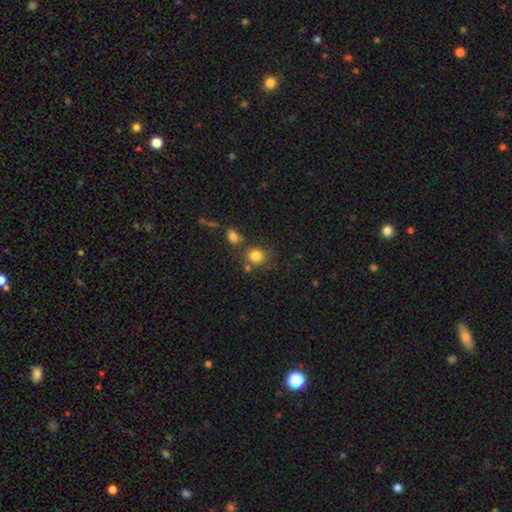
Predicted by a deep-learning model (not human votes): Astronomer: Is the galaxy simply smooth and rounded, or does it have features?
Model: smooth — 82%.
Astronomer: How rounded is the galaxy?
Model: round — 80%.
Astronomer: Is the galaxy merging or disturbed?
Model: none — 65%.